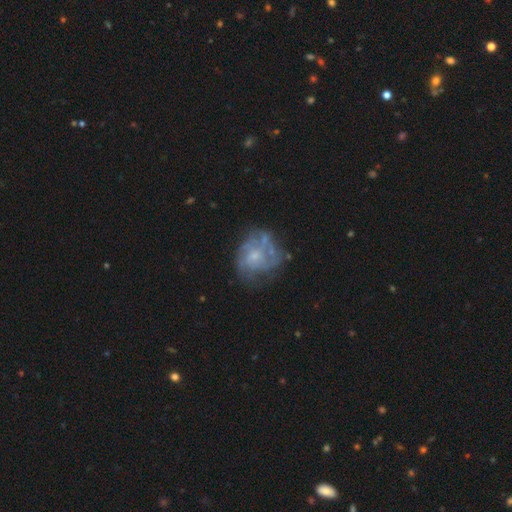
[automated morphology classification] featured or disk 70%, smooth 21%, star or artifact 9%. Down the decision tree: edge-on disk — no (98%); bar — no (76%); spiral arms — yes (66%); bulge size — small (54%); merging — none (54%).